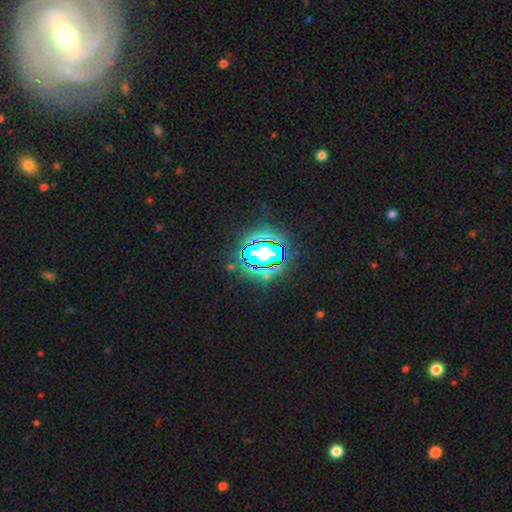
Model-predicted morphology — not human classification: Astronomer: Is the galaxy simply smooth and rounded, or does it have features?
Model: star or artifact — 80%.